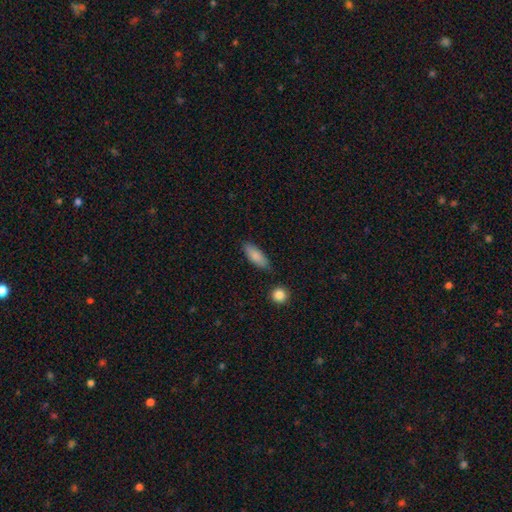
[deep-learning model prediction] A smooth galaxy with no disk features (85%) that is in between round and cigar-shaped (72%). Merging: none (79%).